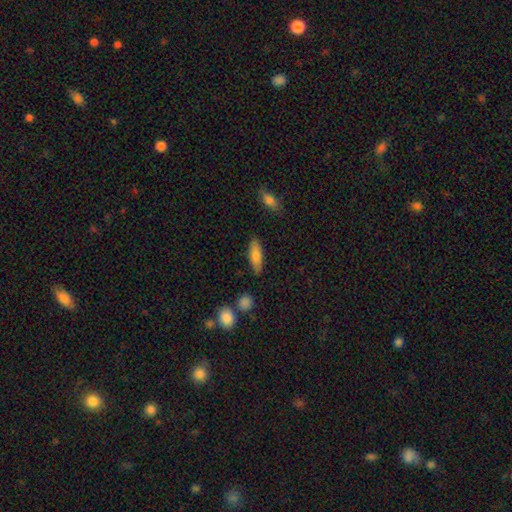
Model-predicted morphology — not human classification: Q: Smooth or featured?
A: smooth (78%); runner-up: featured or disk (16%)
Q: How rounded?
A: in between (54%); runner-up: cigar-shaped (43%)
Q: Merging?
A: none (84%); runner-up: minor disturbance (11%)